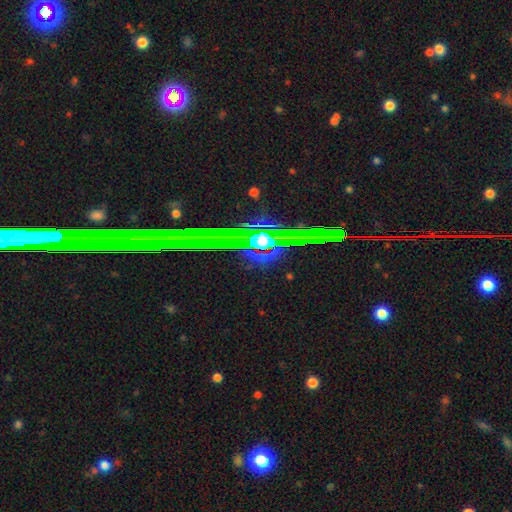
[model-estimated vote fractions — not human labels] This is likely a star or artifact rather than a galaxy (62%).